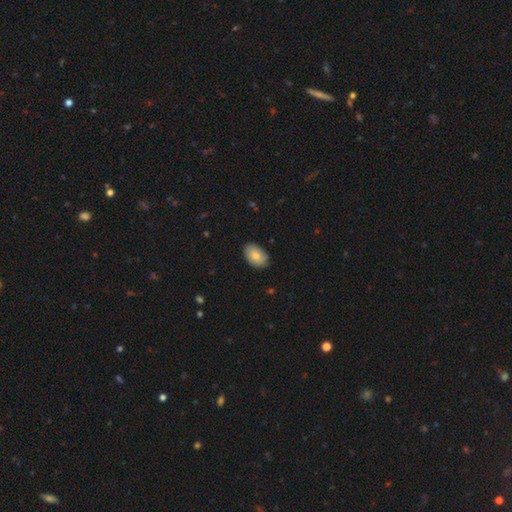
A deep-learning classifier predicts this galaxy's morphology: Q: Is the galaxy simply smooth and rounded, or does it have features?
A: smooth — 82%.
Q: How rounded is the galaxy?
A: in between — 89%.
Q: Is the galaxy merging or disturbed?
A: none — 85%.